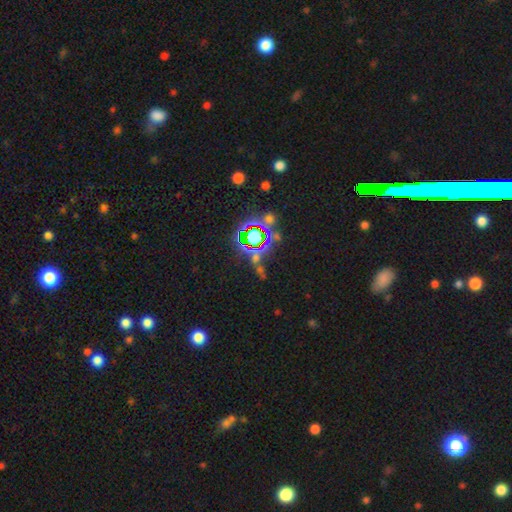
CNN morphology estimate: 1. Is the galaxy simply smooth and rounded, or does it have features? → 77% star or artifact, 14% smooth, 9% featured or disk.